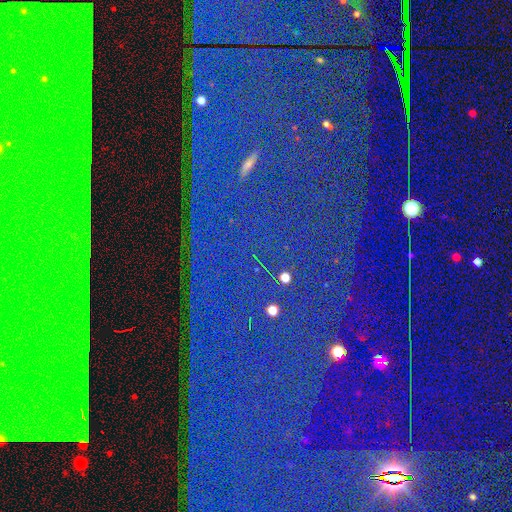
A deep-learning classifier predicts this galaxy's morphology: smooth-or-featured: star or artifact: 86% | featured or disk: 8% | smooth: 7%